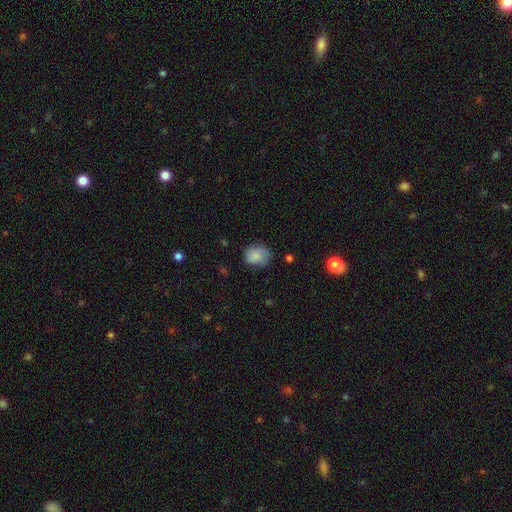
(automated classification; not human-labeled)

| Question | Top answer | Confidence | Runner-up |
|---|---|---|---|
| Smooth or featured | smooth | 70% | featured or disk (22%) |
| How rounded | round | 61% | in between (38%) |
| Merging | none | 68% | minor disturbance (23%) |